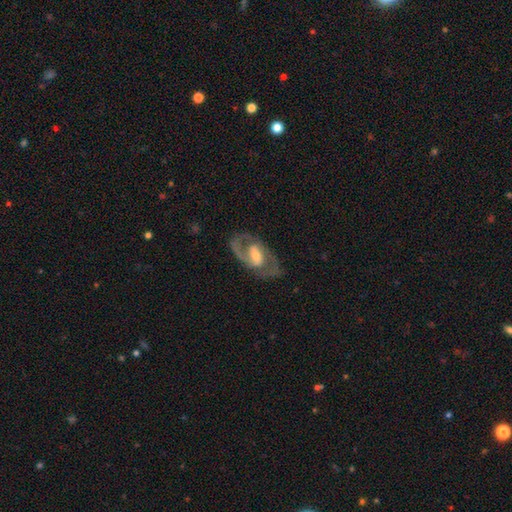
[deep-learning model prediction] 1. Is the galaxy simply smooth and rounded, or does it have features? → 87% featured or disk, 9% smooth, 5% star or artifact.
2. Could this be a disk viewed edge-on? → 96% no, 4% yes.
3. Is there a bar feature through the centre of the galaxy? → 47% weak, 32% strong, 21% no.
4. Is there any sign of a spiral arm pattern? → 93% yes, 7% no.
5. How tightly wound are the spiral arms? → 58% medium, 25% tight, 17% loose.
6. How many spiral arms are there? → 88% 2, 5% can't tell, 4% 1, 2% 3, 1% 4, 1% more than 4.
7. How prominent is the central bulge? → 53% moderate, 37% small, 7% large, 2% none, 1% dominant.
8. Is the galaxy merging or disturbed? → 78% none, 14% minor disturbance, 7% major disturbance, 1% merger.